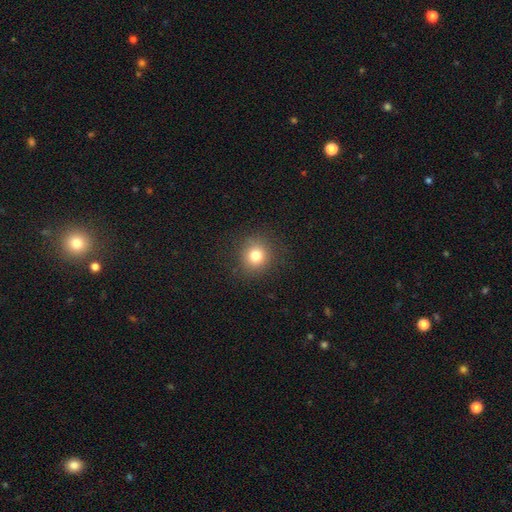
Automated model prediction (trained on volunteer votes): Q: Smooth or featured?
A: smooth (79%); runner-up: star or artifact (13%)
Q: How rounded?
A: round (88%); runner-up: in between (11%)
Q: Merging?
A: none (88%); runner-up: minor disturbance (7%)